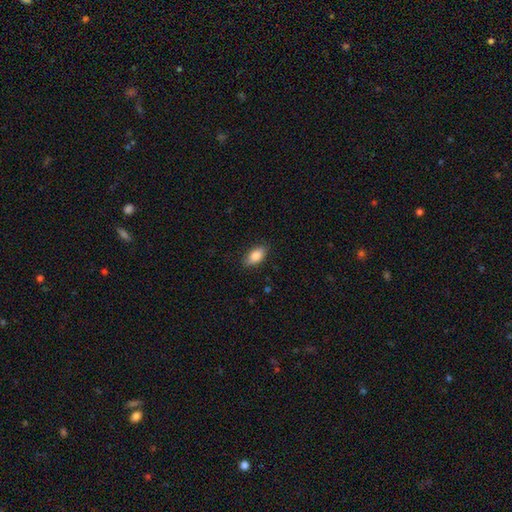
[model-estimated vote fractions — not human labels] This appears to be a smooth galaxy with no disk features (85%) that is in between round and cigar-shaped (90%). Merging: none (86%).